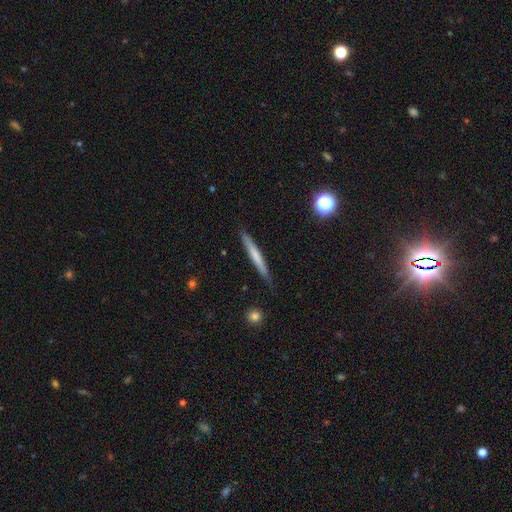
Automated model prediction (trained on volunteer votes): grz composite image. It shows a smooth galaxy with no disk features (58%) that is cigar-shaped (96%). Merging: none (87%).